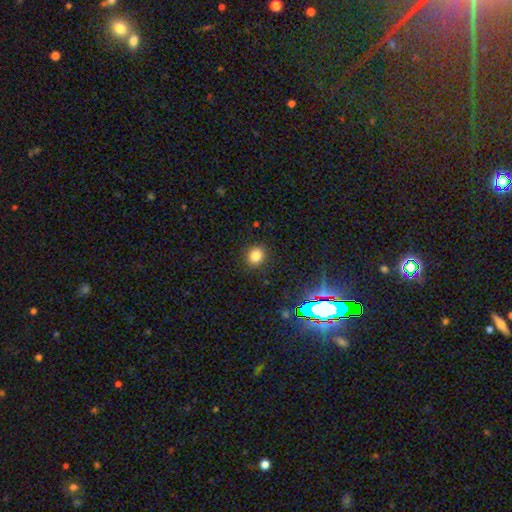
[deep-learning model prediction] smooth-or-featured: smooth: 79% | star or artifact: 15% | featured or disk: 5%
  how-rounded: round: 68% | in between: 31% | cigar-shaped: 1%
  merging: none: 89% | minor disturbance: 7% | major disturbance: 2% | merger: 1%